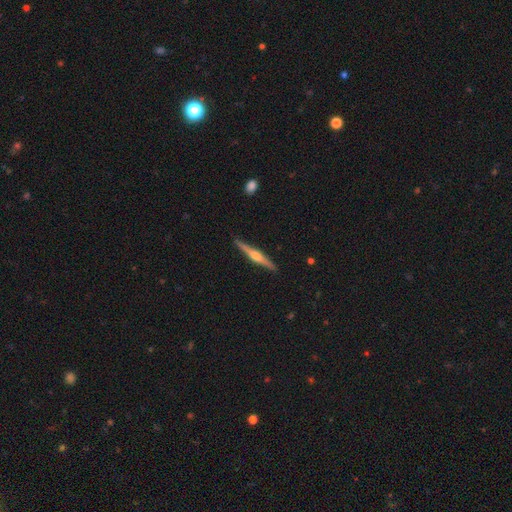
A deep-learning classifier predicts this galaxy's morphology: This appears to be a featured or disk galaxy (75%) viewed edge-on (98%) with a rounded central bulge (89%). Merging: none (91%).